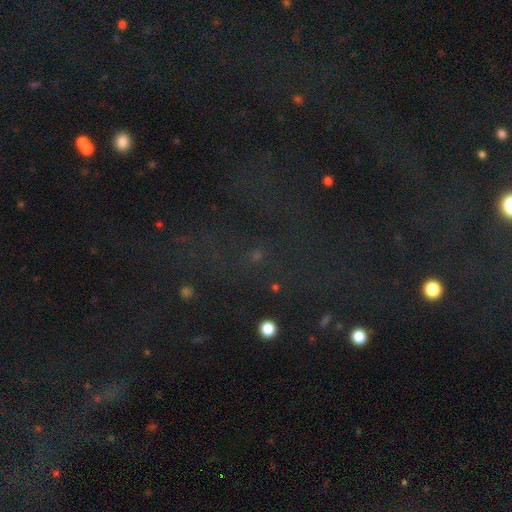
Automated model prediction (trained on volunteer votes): A star or artifact, not a galaxy (62%).

Vote fractions:
- Smooth or featured? star or artifact: 62% / smooth: 25% / featured or disk: 14%